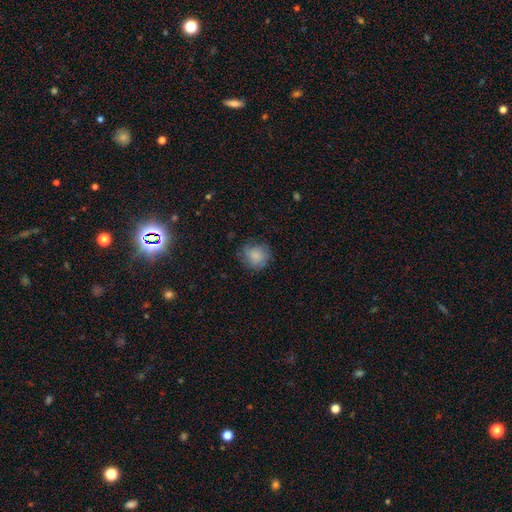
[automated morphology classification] This appears to be a smooth galaxy with no disk features (76%) that is round (82%). Merging: none (67%).